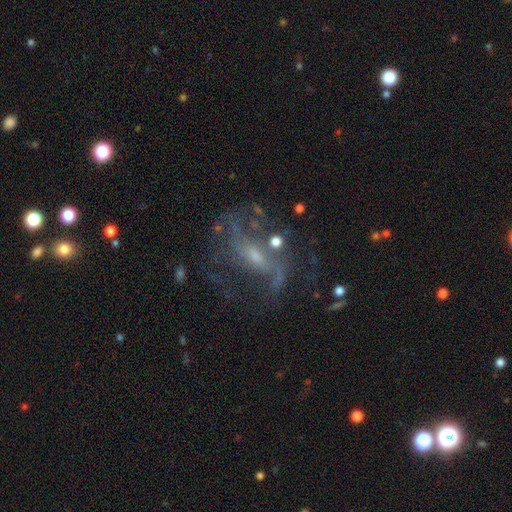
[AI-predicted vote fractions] This is likely a featured or disk galaxy (79%). It is clearly not viewed edge-on (94%). Bar: possibly weak (47%). Spiral arm pattern: clearly yes (82%). Spiral arm count: possibly 2 (58%). Spiral winding: possibly loose (47%). Central bulge: possibly small (51%). Merging: possibly none (56%).